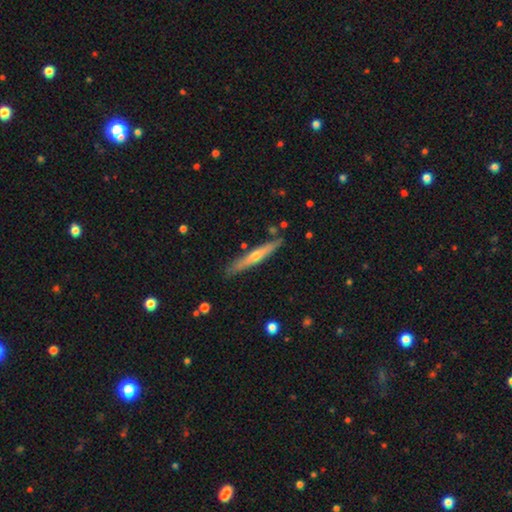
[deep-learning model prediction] smooth-or-featured: featured or disk: 60% | smooth: 34% | star or artifact: 6%
  disk-edge-on: yes: 95% | no: 5%
    edge-on-bulge: rounded: 76% | none: 21% | boxy: 3%
  merging: none: 86% | minor disturbance: 10% | merger: 2% | major disturbance: 2%